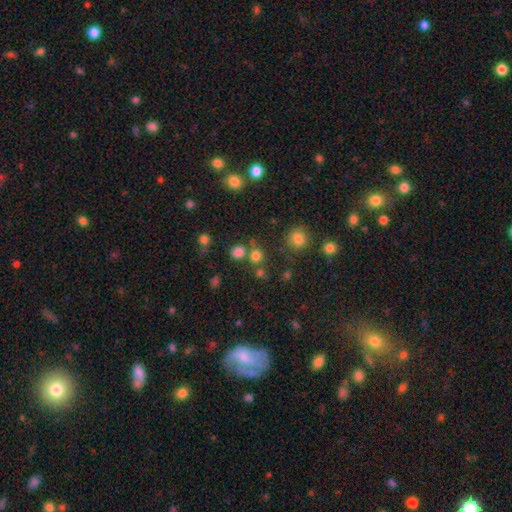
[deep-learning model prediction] Q: Smooth or featured?
A: smooth (76%); runner-up: star or artifact (18%)
Q: How rounded?
A: round (84%); runner-up: in between (15%)
Q: Merging?
A: none (68%); runner-up: merger (20%)